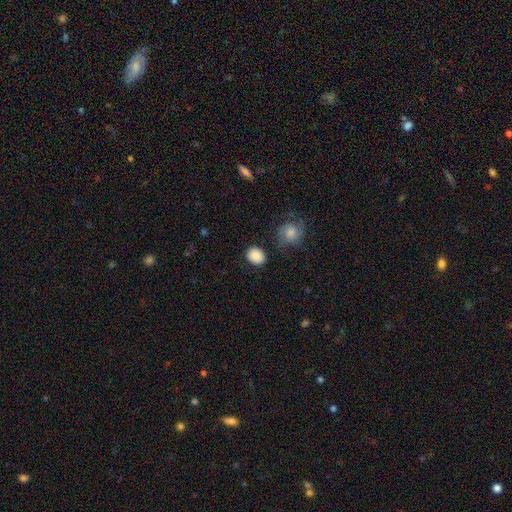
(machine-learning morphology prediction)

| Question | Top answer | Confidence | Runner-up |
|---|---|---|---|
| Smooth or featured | smooth | 87% | star or artifact (8%) |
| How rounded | round | 57% | in between (42%) |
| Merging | none | 81% | minor disturbance (11%) |